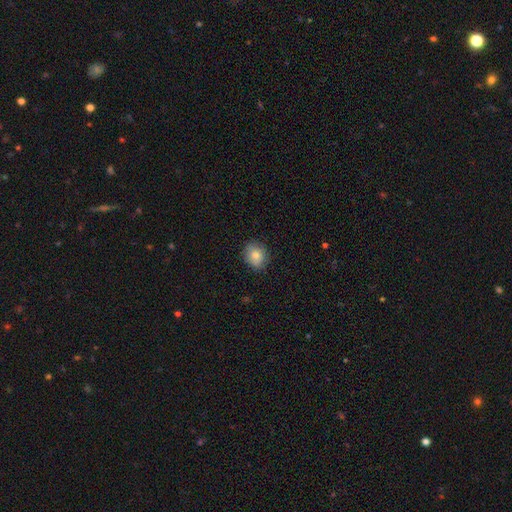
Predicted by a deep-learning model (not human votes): Smooth or featured: smooth — 82% (featured or disk — 10%)
How rounded: round — 66% (in between — 33%)
Merging: none — 84% (minor disturbance — 12%)